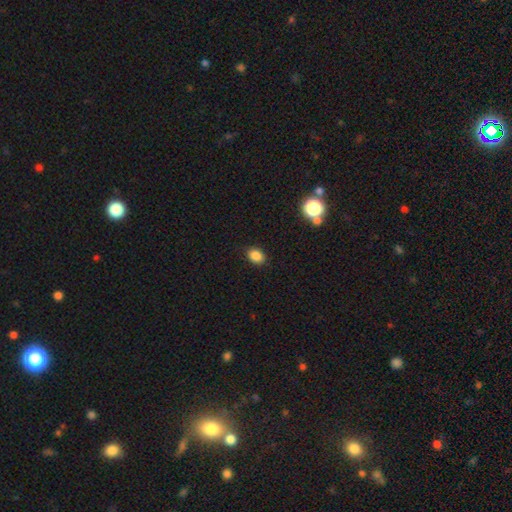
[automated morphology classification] smooth 85%, star or artifact 11%, featured or disk 4%. Down the decision tree: how rounded — in between (68%); merging — none (88%).